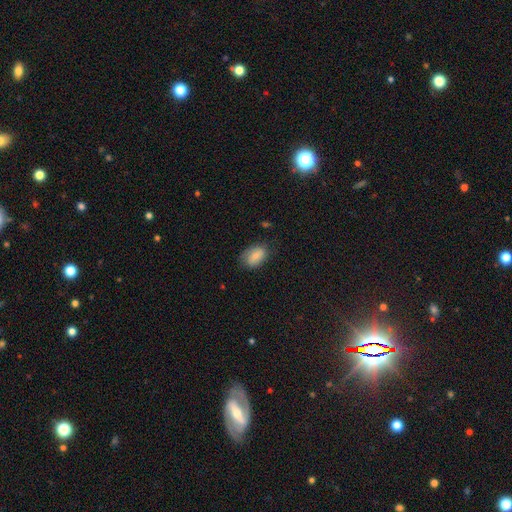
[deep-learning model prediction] This appears to be a smooth galaxy with no disk features (78%) that is in between round and cigar-shaped (87%). Merging: none (69%).